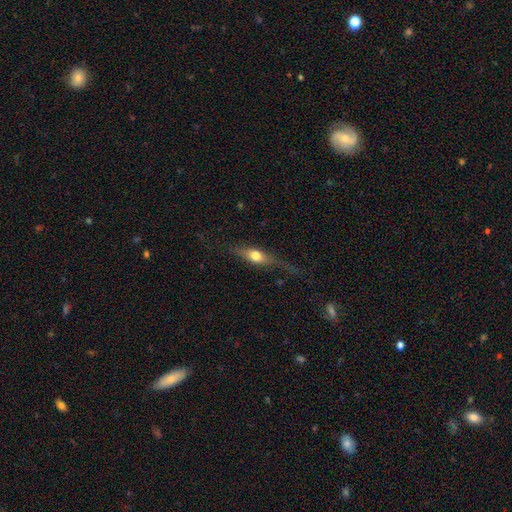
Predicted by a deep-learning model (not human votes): A smooth galaxy with no disk features (51%) that is cigar-shaped (49%).

Vote fractions:
- Smooth or featured? smooth: 51% / featured or disk: 42% / star or artifact: 7%
- How rounded? cigar-shaped: 49% / in between: 44% / round: 7%
- Merging? none: 58% / minor disturbance: 24% / major disturbance: 16% / merger: 2%